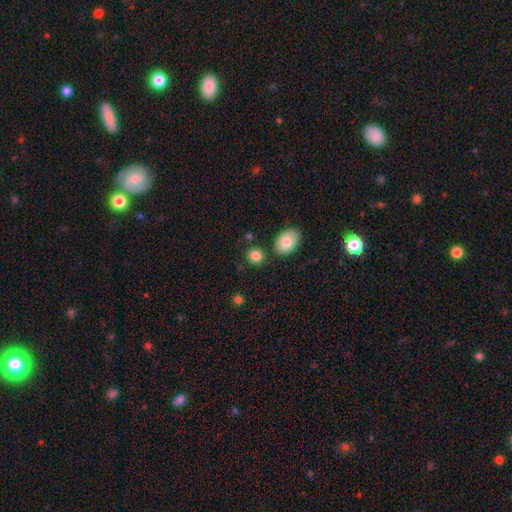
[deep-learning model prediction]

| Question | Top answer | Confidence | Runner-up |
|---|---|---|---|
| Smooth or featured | smooth | 83% | star or artifact (9%) |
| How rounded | round | 67% | in between (31%) |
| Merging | none | 79% | minor disturbance (10%) |